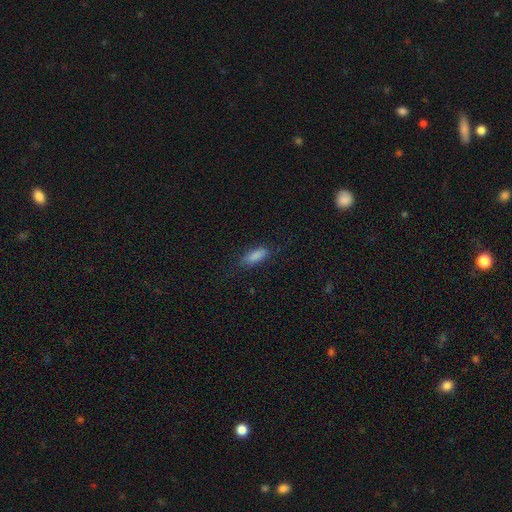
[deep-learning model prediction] smooth-or-featured: smooth: 86% | star or artifact: 8% | featured or disk: 7%
  how-rounded: in between: 73% | cigar-shaped: 25% | round: 2%
  merging: none: 77% | minor disturbance: 17% | major disturbance: 5% | merger: 1%